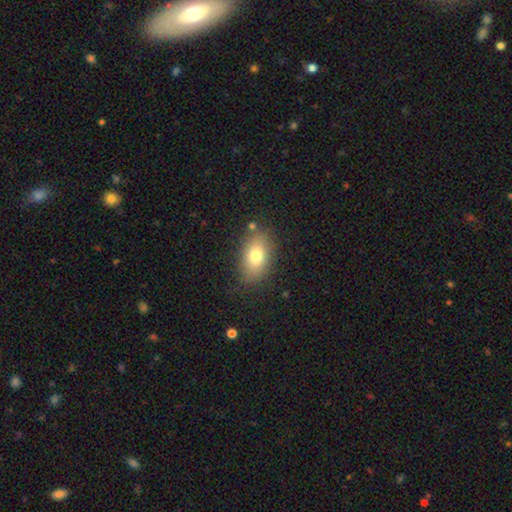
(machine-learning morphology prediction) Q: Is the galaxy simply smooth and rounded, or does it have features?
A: smooth — 75%.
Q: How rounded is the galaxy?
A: in between — 86%.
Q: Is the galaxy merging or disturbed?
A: none — 81%.